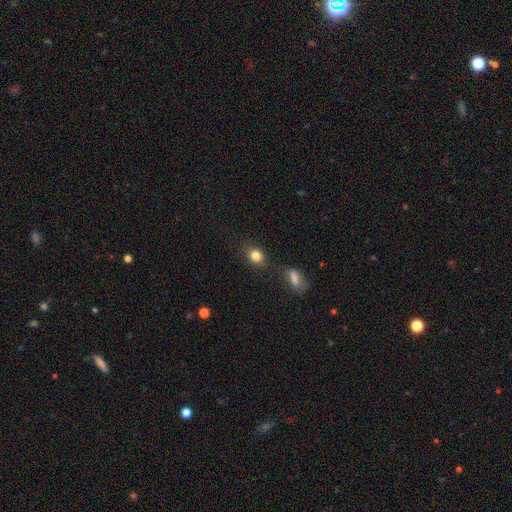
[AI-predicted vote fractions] Smooth or featured?
  - smooth: 82% *
  - star or artifact: 11%
  - featured or disk: 8%
How rounded?
  - in between: 55% *
  - round: 43%
  - cigar-shaped: 2%
Merging?
  - none: 73% *
  - minor disturbance: 14%
  - merger: 8%
  - major disturbance: 5%